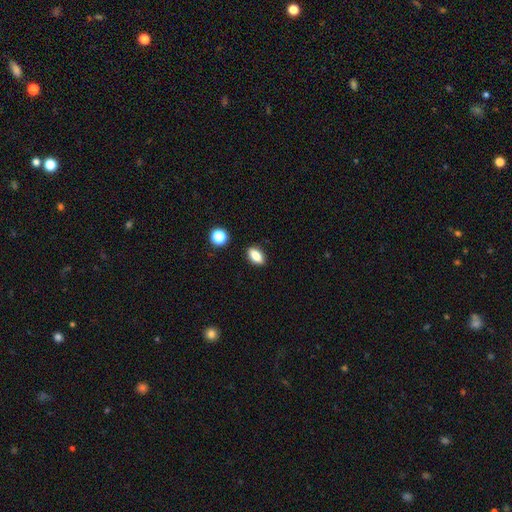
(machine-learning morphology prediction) Smooth or featured: smooth — 81% (featured or disk — 10%)
How rounded: in between — 82% (cigar-shaped — 10%)
Merging: none — 88% (minor disturbance — 8%)